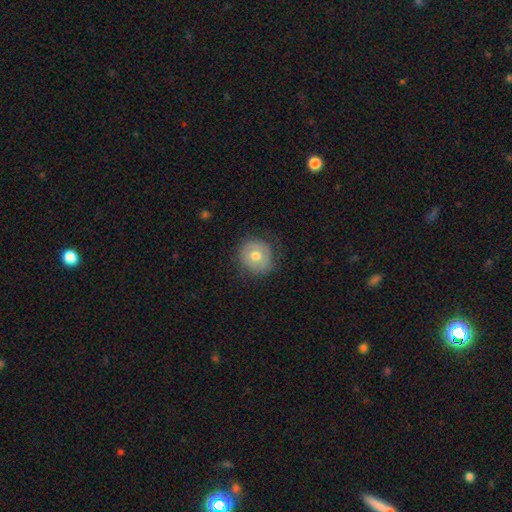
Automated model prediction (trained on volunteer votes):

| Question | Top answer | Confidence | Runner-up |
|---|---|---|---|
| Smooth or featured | smooth | 62% | featured or disk (31%) |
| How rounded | round | 87% | in between (12%) |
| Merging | none | 78% | minor disturbance (16%) |